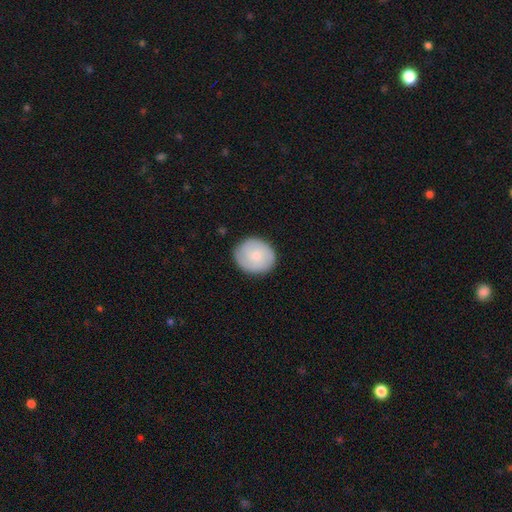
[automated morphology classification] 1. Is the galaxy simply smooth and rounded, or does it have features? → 68% smooth, 26% featured or disk, 6% star or artifact.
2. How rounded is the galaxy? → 80% round, 19% in between, 1% cigar-shaped.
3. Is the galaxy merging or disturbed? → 84% none, 12% minor disturbance, 3% major disturbance, 1% merger.